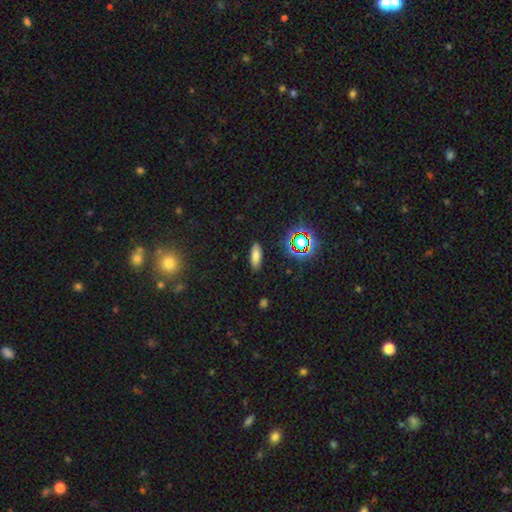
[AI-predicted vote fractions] A smooth galaxy with no disk features (74%) that is in between round and cigar-shaped (65%).

Vote fractions:
- Smooth or featured? smooth: 74% / star or artifact: 17% / featured or disk: 9%
- How rounded? in between: 65% / cigar-shaped: 32% / round: 3%
- Merging? none: 87% / minor disturbance: 9% / major disturbance: 2% / merger: 1%